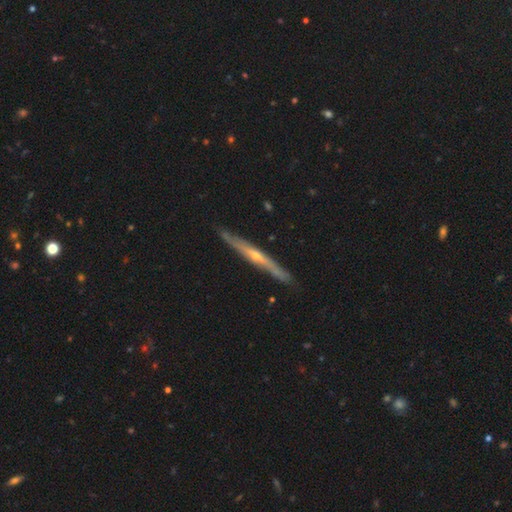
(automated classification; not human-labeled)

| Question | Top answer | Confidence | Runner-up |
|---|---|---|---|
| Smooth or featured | featured or disk | 78% | smooth (15%) |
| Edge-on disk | yes | 97% | no (3%) |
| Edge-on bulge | rounded | 79% | none (17%) |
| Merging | none | 89% | minor disturbance (8%) |